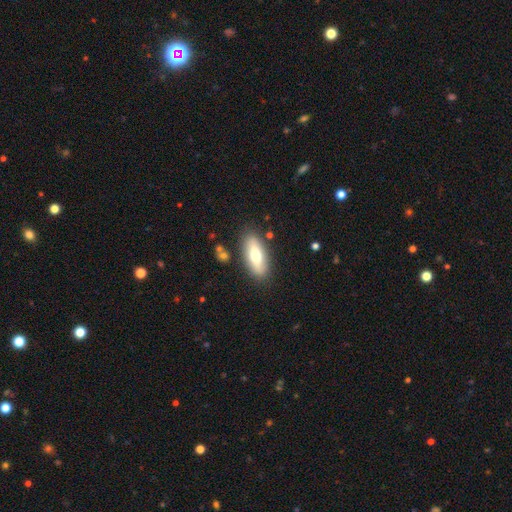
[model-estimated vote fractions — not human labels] Q: Smooth or featured?
A: smooth (65%); runner-up: featured or disk (29%)
Q: How rounded?
A: in between (74%); runner-up: cigar-shaped (24%)
Q: Merging?
A: none (84%); runner-up: minor disturbance (11%)